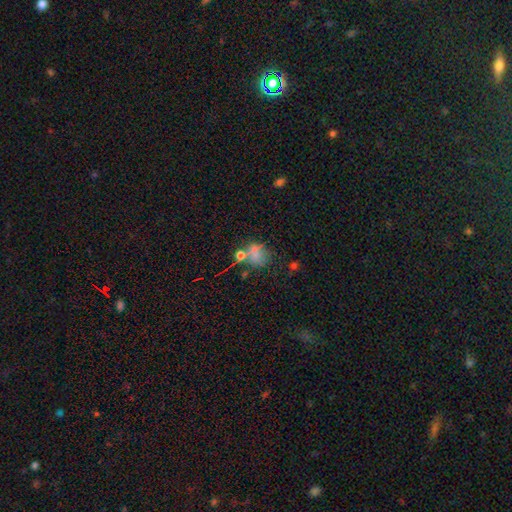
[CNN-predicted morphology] A smooth galaxy with no disk features (58%) that is round (57%).

Vote fractions:
- Smooth or featured? smooth: 58% / star or artifact: 22% / featured or disk: 20%
- How rounded? round: 57% / in between: 42% / cigar-shaped: 2%
- Merging? none: 39% / merger: 23% / minor disturbance: 19% / major disturbance: 19%